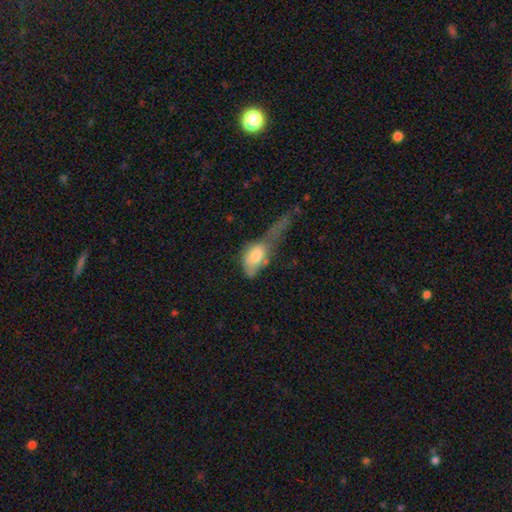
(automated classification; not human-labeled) Morphology: type=smooth (70%); roundness=in between (86%); merging=major disturbance (54%).